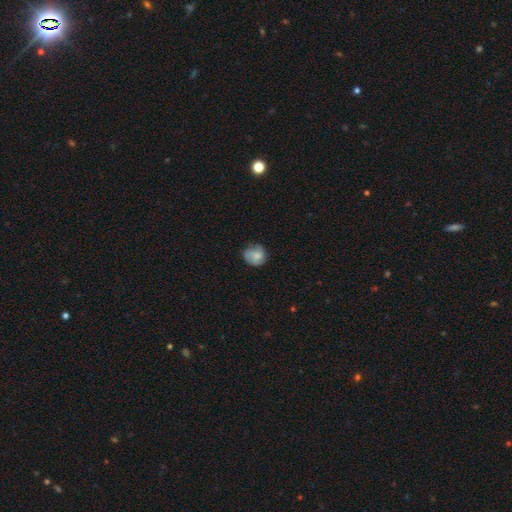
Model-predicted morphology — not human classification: type=smooth (68%); roundness=round (79%); merging=none (65%).